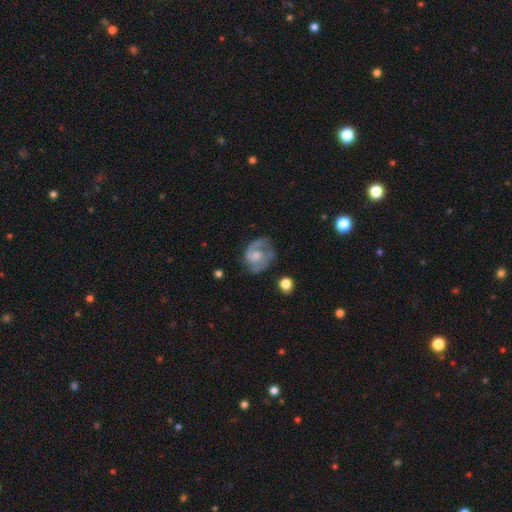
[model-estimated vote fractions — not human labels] Smooth or featured? featured or disk (74%)
Edge-on disk? no (98%)
Bar? no (60%)
Spiral arms? yes (90%)
Spiral winding? medium (49%)
Spiral arm count? 2 (68%)
Bulge size? moderate (40%)
Merging? none (60%)